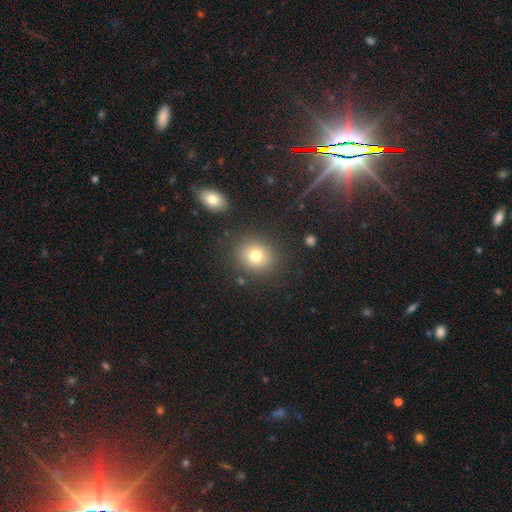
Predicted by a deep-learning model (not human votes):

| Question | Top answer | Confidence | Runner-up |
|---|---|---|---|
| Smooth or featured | smooth | 76% | star or artifact (13%) |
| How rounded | round | 75% | in between (24%) |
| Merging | none | 84% | minor disturbance (9%) |